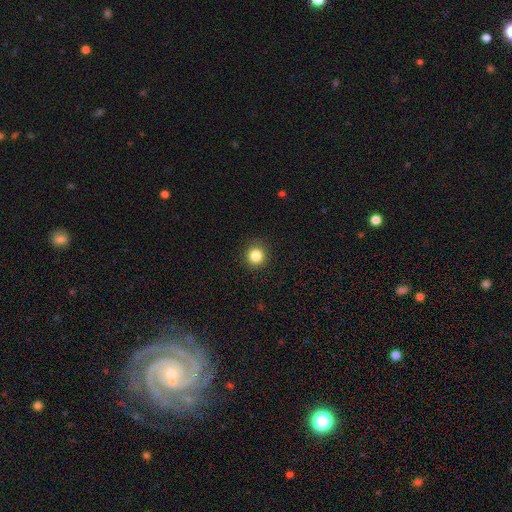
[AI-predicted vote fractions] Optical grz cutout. It shows a smooth galaxy with no disk features (84%) that is round (94%). Merging: none (91%).